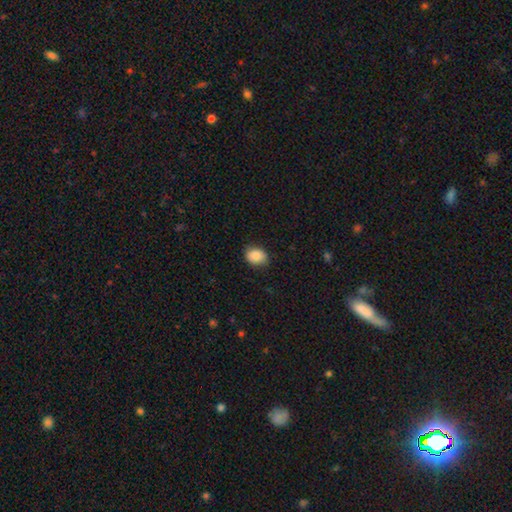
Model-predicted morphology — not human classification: Q: Smooth or featured?
A: smooth (88%); runner-up: star or artifact (8%)
Q: How rounded?
A: in between (62%); runner-up: round (37%)
Q: Merging?
A: none (82%); runner-up: minor disturbance (14%)